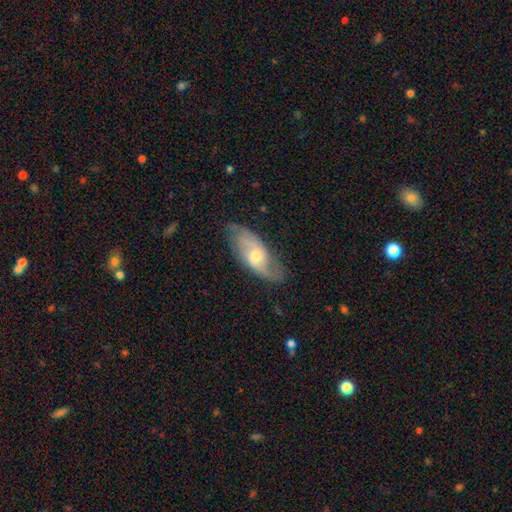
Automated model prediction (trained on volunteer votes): Q: Smooth or featured?
A: featured or disk (69%); runner-up: smooth (25%)
Q: Edge-on disk?
A: no (88%); runner-up: yes (12%)
Q: Bar?
A: no (56%); runner-up: weak (37%)
Q: Spiral arms?
A: yes (88%); runner-up: no (12%)
Q: Spiral winding?
A: medium (41%); runner-up: loose (37%)
Q: Spiral arm count?
A: 2 (75%); runner-up: can't tell (16%)
Q: Bulge size?
A: moderate (55%); runner-up: small (39%)
Q: Merging?
A: none (73%); runner-up: minor disturbance (20%)